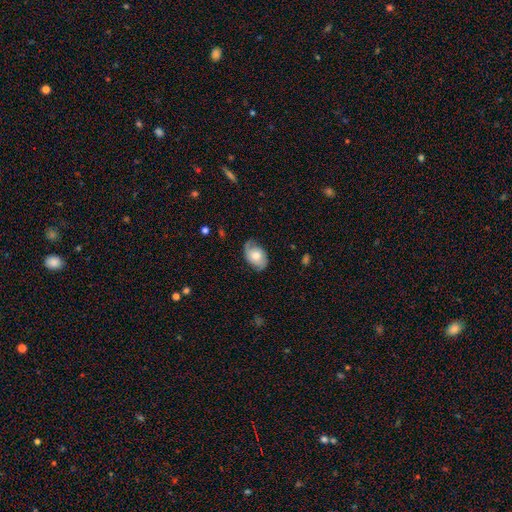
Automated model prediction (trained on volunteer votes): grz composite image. It shows a smooth galaxy with no disk features (55%) that is in between round and cigar-shaped (86%). Merging: none (65%).